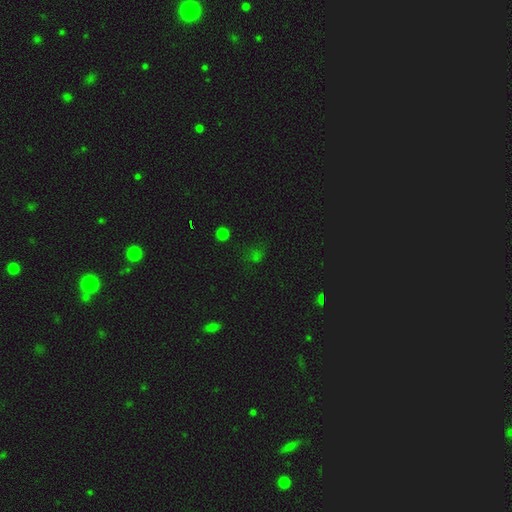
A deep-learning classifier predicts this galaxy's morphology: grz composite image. It shows a star or artifact, not a galaxy (48%).